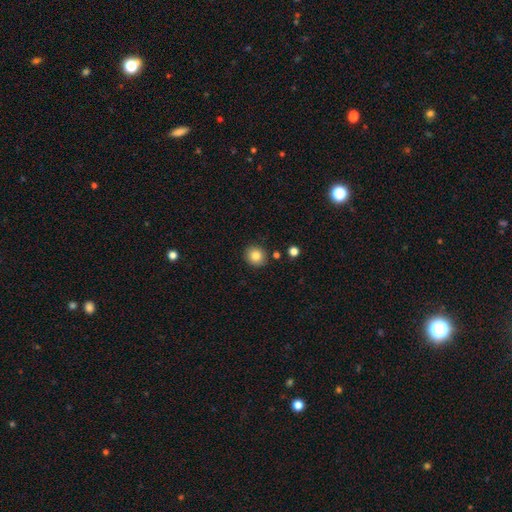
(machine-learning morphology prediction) smooth_or_featured: smooth (p=0.83) [alt: star or artifact p=0.10]
how_rounded: round (p=0.86) [alt: in between p=0.13]
merging: none (p=0.88) [alt: minor disturbance p=0.07]